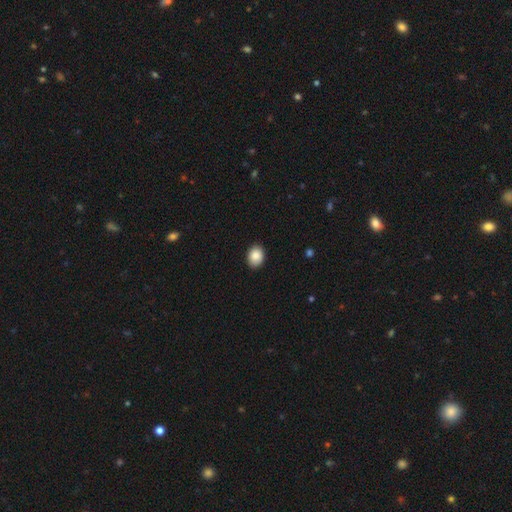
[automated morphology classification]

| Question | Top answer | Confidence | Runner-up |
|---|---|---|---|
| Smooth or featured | smooth | 88% | star or artifact (8%) |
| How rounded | in between | 64% | round (35%) |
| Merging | none | 86% | minor disturbance (11%) |